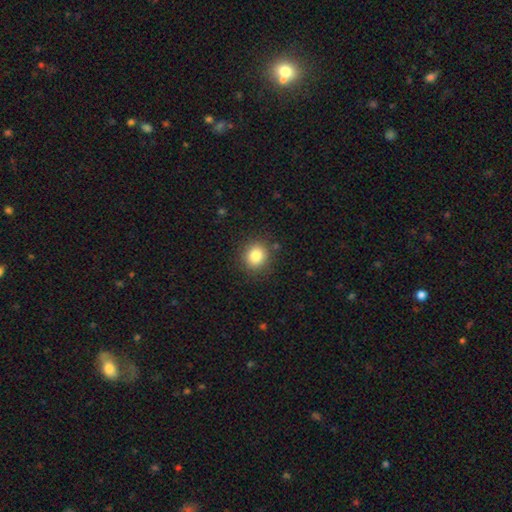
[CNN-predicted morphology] Smooth or featured?
  - smooth: 83% *
  - star or artifact: 11%
  - featured or disk: 6%
How rounded?
  - round: 84% *
  - in between: 16%
  - cigar-shaped: 1%
Merging?
  - none: 88% *
  - minor disturbance: 8%
  - major disturbance: 3%
  - merger: 2%